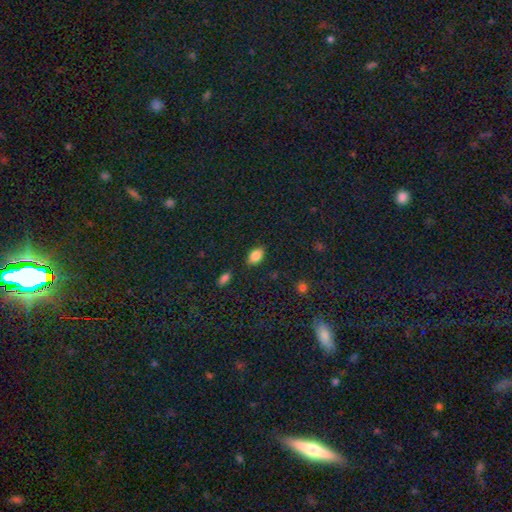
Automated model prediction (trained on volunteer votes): This appears to be a smooth galaxy with no disk features (84%) that is in between round and cigar-shaped (89%). Merging: none (84%).